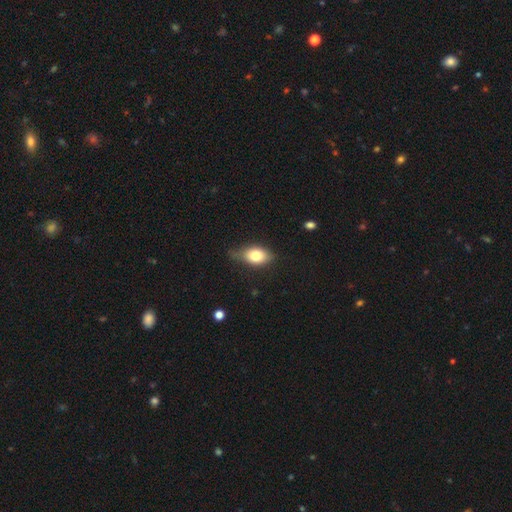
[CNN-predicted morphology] This appears to be a smooth galaxy with no disk features (75%) that is in between round and cigar-shaped (79%). Merging: none (57%).